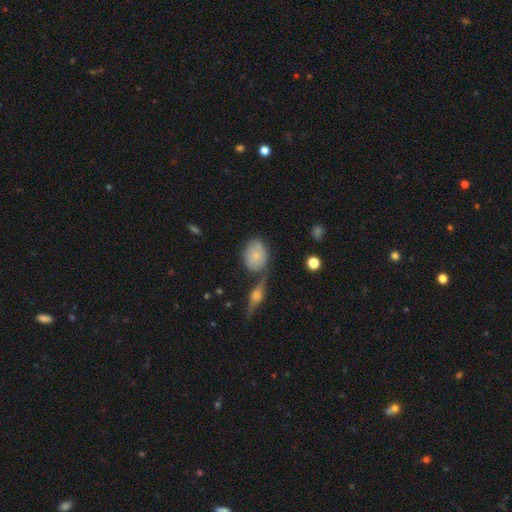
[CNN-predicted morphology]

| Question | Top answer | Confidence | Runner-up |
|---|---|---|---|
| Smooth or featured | smooth | 77% | featured or disk (16%) |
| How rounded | in between | 71% | round (27%) |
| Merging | none | 63% | minor disturbance (18%) |